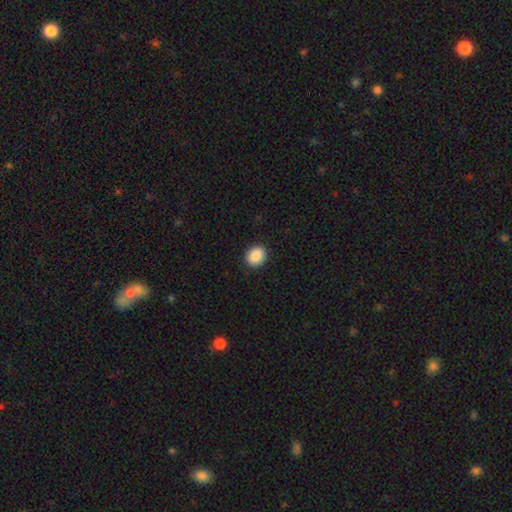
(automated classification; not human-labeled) This appears to be a smooth galaxy with no disk features (90%) that is round (57%). Merging: none (90%).